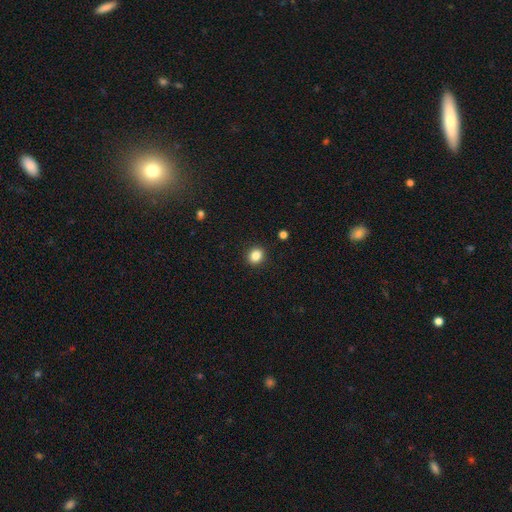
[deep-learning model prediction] Smooth or featured?
  - smooth: 85% *
  - star or artifact: 11%
  - featured or disk: 4%
How rounded?
  - round: 69% *
  - in between: 30%
  - cigar-shaped: 1%
Merging?
  - none: 91% *
  - minor disturbance: 6%
  - major disturbance: 2%
  - merger: 1%